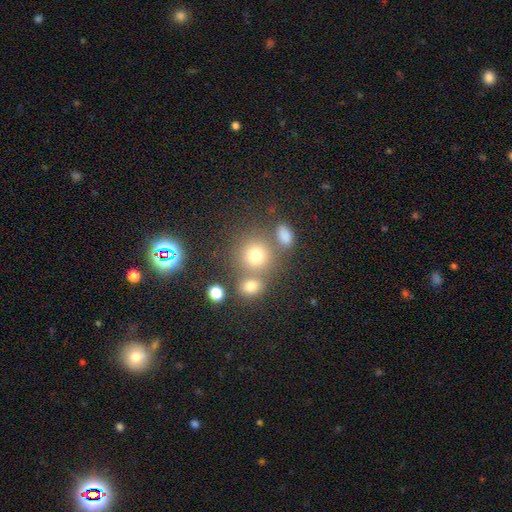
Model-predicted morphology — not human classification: smooth-or-featured: smooth: 73% | star or artifact: 17% | featured or disk: 10%
  how-rounded: round: 85% | in between: 14% | cigar-shaped: 1%
  merging: none: 60% | merger: 25% | minor disturbance: 9% | major disturbance: 5%